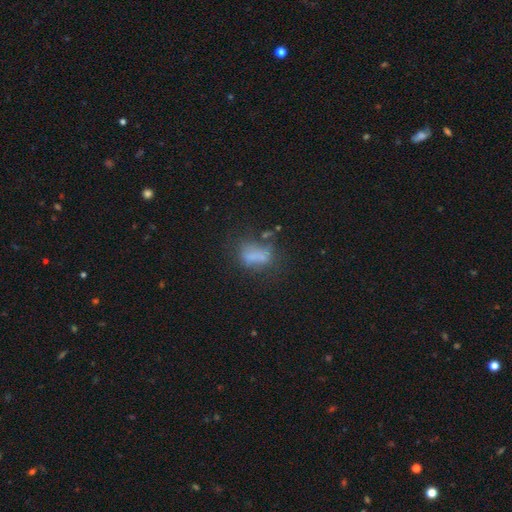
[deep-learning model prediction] Smooth or featured: smooth — 54% (featured or disk — 29%)
How rounded: in between — 74% (round — 15%)
Merging: none — 37% (major disturbance — 26%)